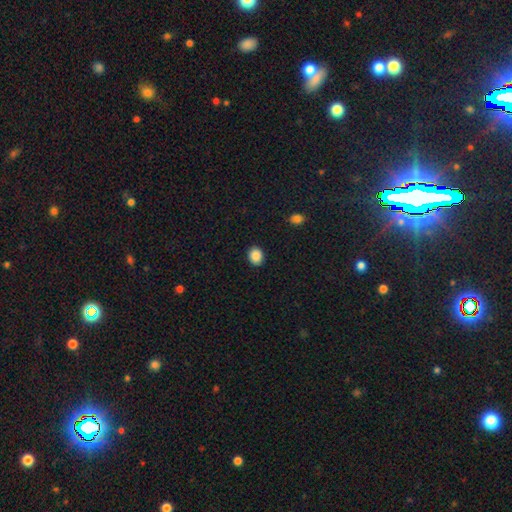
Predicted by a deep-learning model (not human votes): Smooth or featured? smooth (88%)
How rounded? round (58%)
Merging? none (90%)